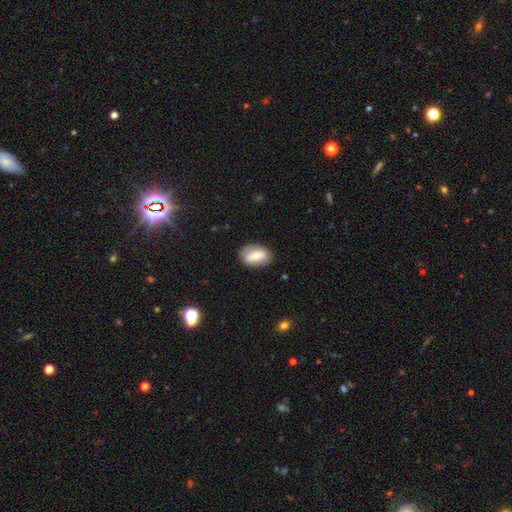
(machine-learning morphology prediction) Smooth or featured? Predicted: smooth (p=0.64). How rounded? Predicted: in between (p=0.86). Merging? Predicted: none (p=0.80).